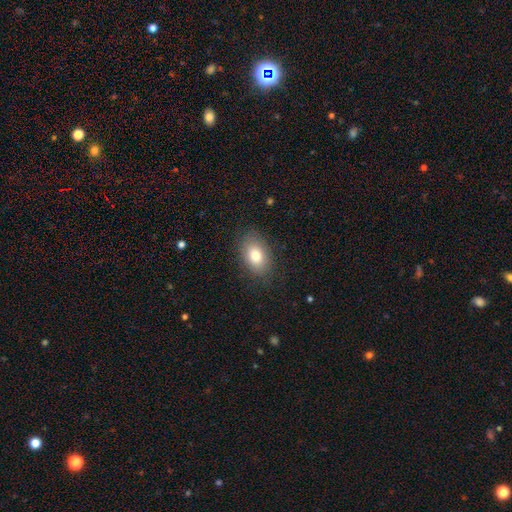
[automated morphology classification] Smooth or featured: smooth — 79% (featured or disk — 12%)
How rounded: in between — 86% (round — 13%)
Merging: none — 84% (minor disturbance — 12%)